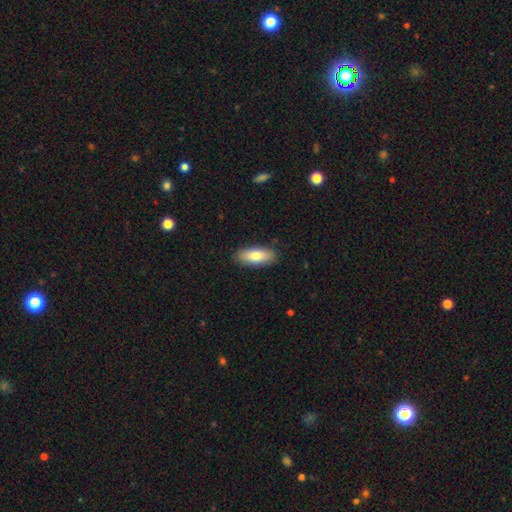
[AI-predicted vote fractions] A smooth galaxy with no disk features (78%) that is in between round and cigar-shaped (78%).

Vote fractions:
- Smooth or featured? smooth: 78% / featured or disk: 16% / star or artifact: 6%
- How rounded? in between: 78% / cigar-shaped: 19% / round: 2%
- Merging? none: 88% / minor disturbance: 9% / major disturbance: 2% / merger: 1%